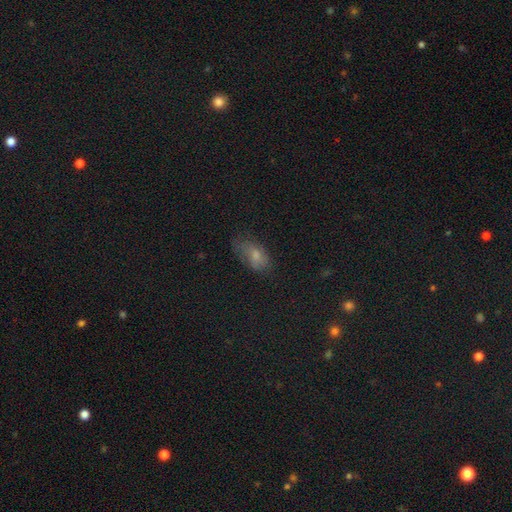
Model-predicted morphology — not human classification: smooth 71%, featured or disk 16%, star or artifact 14%. Down the decision tree: how rounded — in between (88%); merging — none (57%).